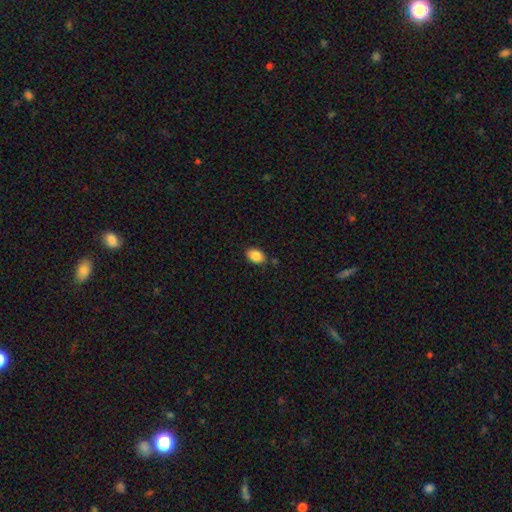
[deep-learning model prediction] Overall: smooth (87%). How rounded: in between (85%). Merging: none (82%).